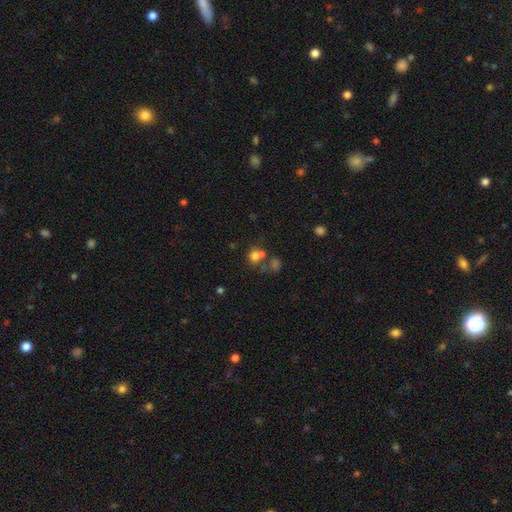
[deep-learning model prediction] The model was most divided on "merging": none: 43%, merger: 41%, minor disturbance: 9%, major disturbance: 7%. More confident: how rounded — round (77%); smooth or featured — smooth (68%).